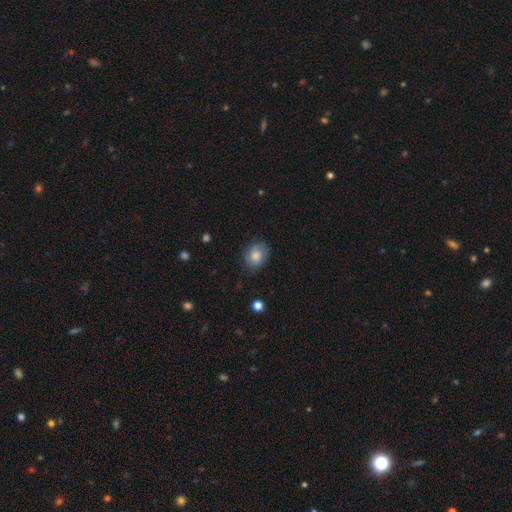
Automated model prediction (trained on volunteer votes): This appears to be a smooth galaxy with no disk features (77%) that is in between round and cigar-shaped (54%). Merging: none (76%).